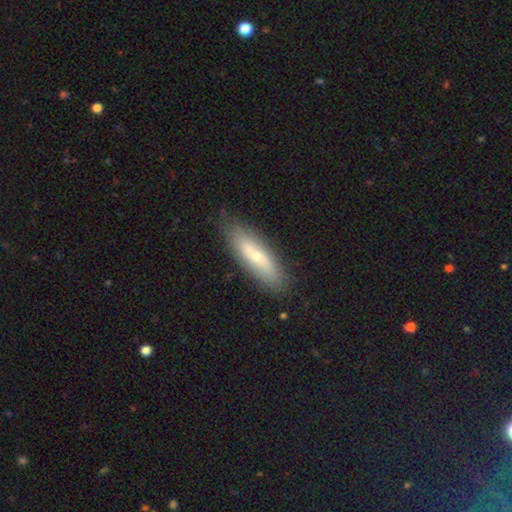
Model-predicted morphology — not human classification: A smooth galaxy with no disk features (58%) that is cigar-shaped (63%).

Vote fractions:
- Smooth or featured? smooth: 58% / featured or disk: 36% / star or artifact: 6%
- How rounded? cigar-shaped: 63% / in between: 35% / round: 2%
- Merging? none: 83% / minor disturbance: 13% / major disturbance: 3% / merger: 2%